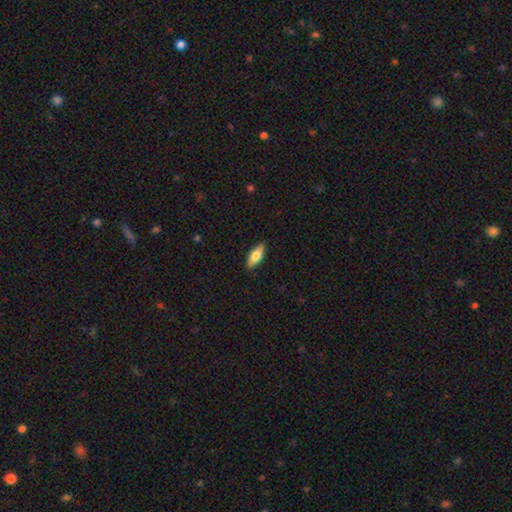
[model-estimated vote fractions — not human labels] This is likely a smooth galaxy (70%). How rounded: likely in between (74%). Merging: clearly none (89%).